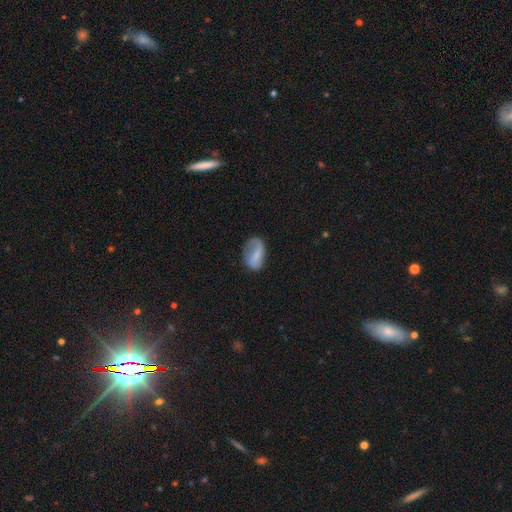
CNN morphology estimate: A smooth galaxy with no disk features (57%) that is in between round and cigar-shaped (87%). Merging: none (49%).